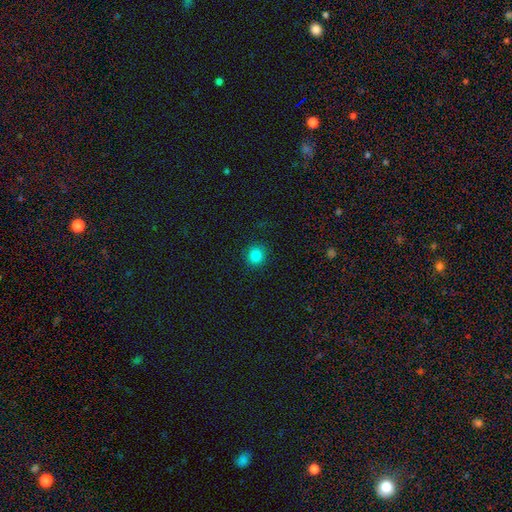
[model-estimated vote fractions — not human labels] smooth 83%, star or artifact 12%, featured or disk 5%. Down the decision tree: how rounded — round (90%); merging — none (92%).